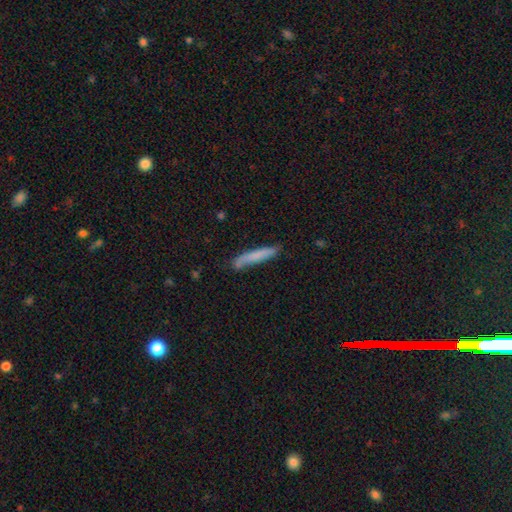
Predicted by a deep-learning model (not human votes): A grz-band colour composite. It shows a smooth galaxy with no disk features (72%) that is cigar-shaped (94%). Merging: none (74%).